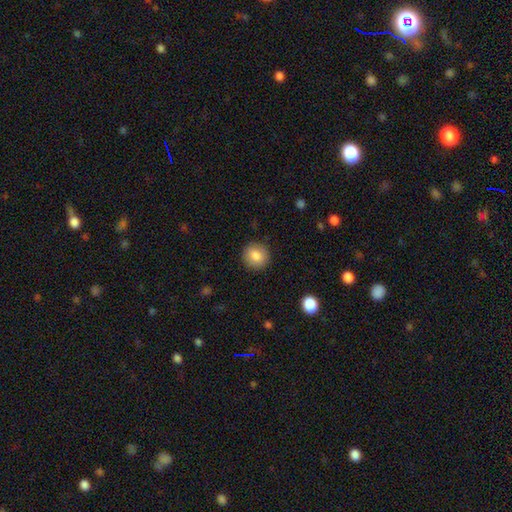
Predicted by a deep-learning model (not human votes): The model was most divided on "smooth or featured": smooth: 85%, star or artifact: 8%, featured or disk: 7%. More confident: how rounded — round (90%); merging — none (90%).